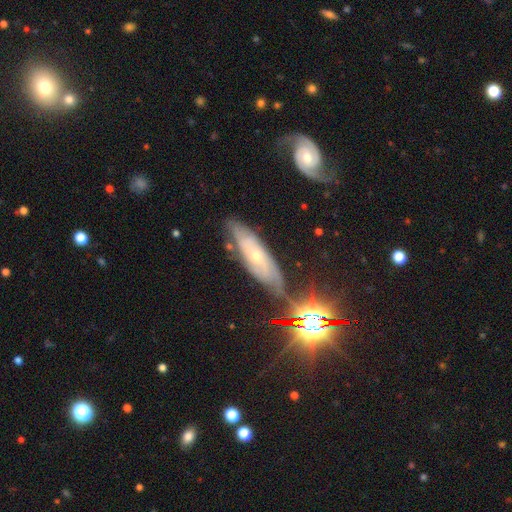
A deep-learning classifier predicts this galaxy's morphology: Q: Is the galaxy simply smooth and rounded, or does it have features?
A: featured or disk — 70%.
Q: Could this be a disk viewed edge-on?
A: no — 76%.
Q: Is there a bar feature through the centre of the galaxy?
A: no — 72%.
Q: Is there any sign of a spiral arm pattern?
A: yes — 84%.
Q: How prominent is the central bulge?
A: small — 62%.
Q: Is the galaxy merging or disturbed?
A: none — 68%.